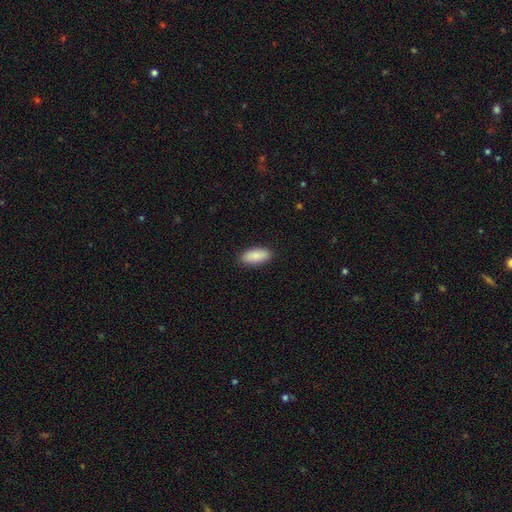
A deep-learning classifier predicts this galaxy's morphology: smooth_or_featured: smooth (p=0.88) [alt: featured or disk p=0.06]
how_rounded: in between (p=0.88) [alt: cigar-shaped p=0.10]
merging: none (p=0.89) [alt: minor disturbance p=0.08]